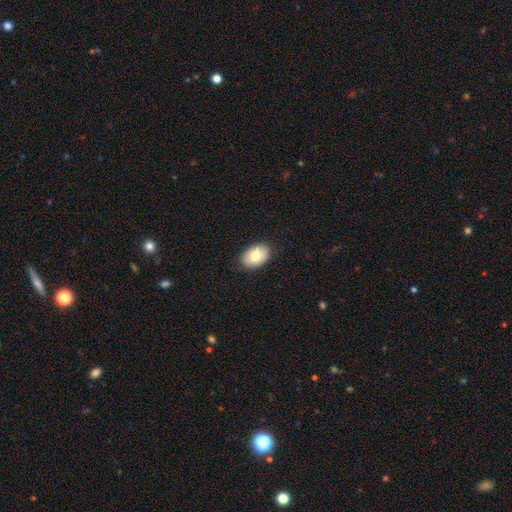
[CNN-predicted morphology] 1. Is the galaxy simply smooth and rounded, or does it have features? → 80% smooth, 13% featured or disk, 7% star or artifact.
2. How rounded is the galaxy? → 85% in between, 14% round, 1% cigar-shaped.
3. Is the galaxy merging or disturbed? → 86% none, 11% minor disturbance, 2% major disturbance, 1% merger.